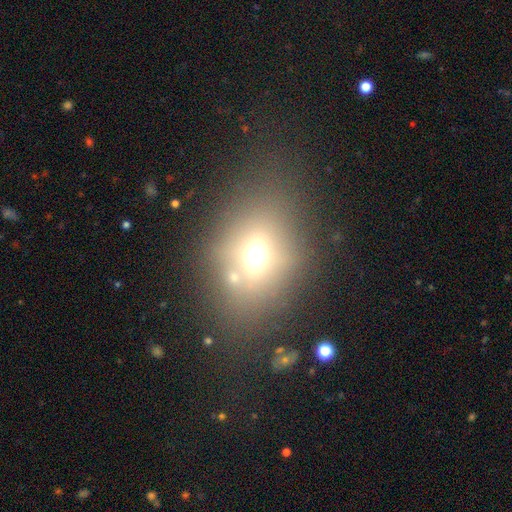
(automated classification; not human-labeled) This appears to be a smooth galaxy with no disk features (60%) that is in between round and cigar-shaped (61%). Merging: none (66%).